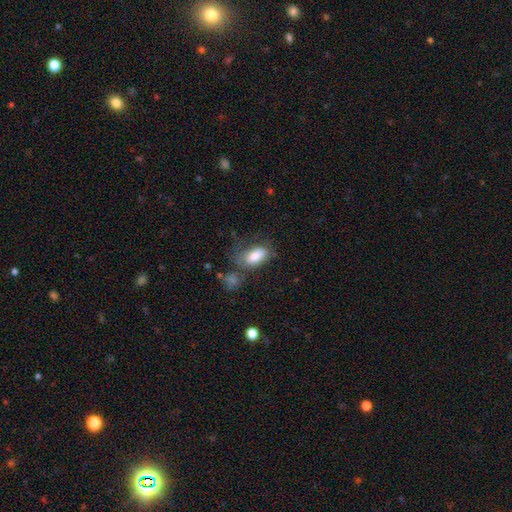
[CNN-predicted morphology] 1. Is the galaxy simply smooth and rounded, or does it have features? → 81% smooth, 11% featured or disk, 7% star or artifact.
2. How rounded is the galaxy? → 91% in between, 5% cigar-shaped, 4% round.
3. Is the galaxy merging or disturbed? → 51% none, 25% minor disturbance, 15% major disturbance, 9% merger.